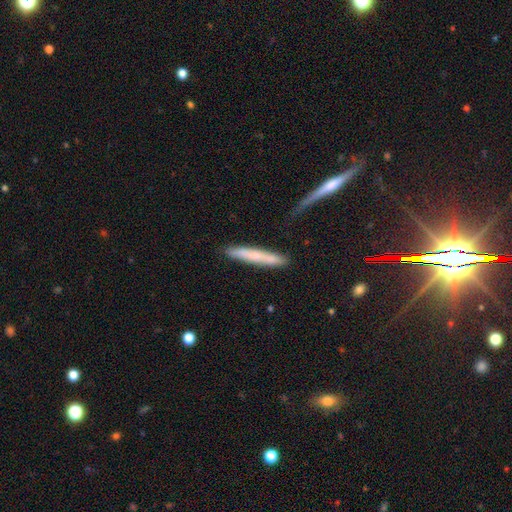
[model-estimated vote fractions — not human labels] A smooth galaxy with no disk features (64%) that is cigar-shaped (95%). Merging: none (80%).